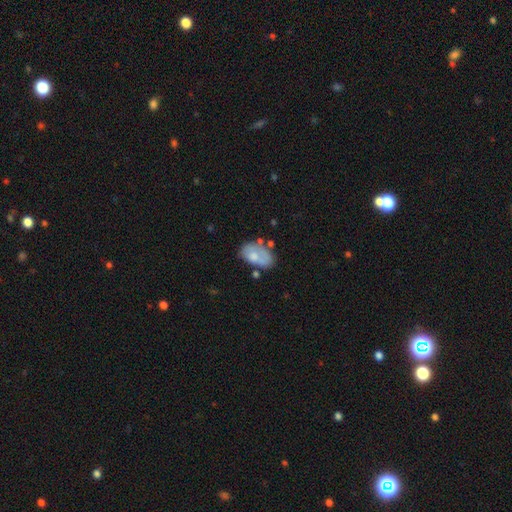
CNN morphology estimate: smooth_or_featured: smooth (p=0.62) [alt: featured or disk p=0.31]
how_rounded: in between (p=0.90) [alt: round p=0.09]
merging: none (p=0.43) [alt: minor disturbance p=0.29]